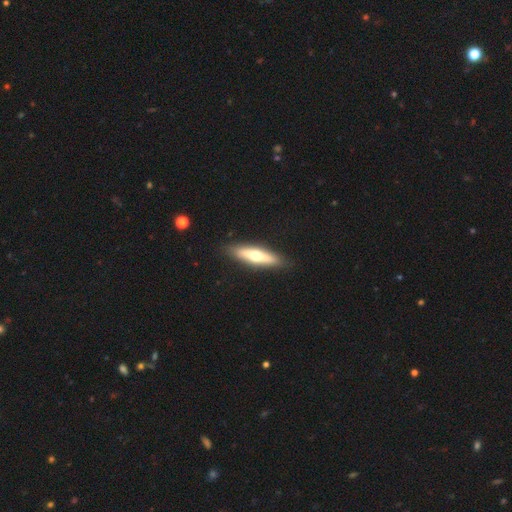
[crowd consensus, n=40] Smooth or featured? 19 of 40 (48%) said smooth. How rounded? 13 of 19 (68%) said cigar-shaped. Merging? 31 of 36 (86%) said none.